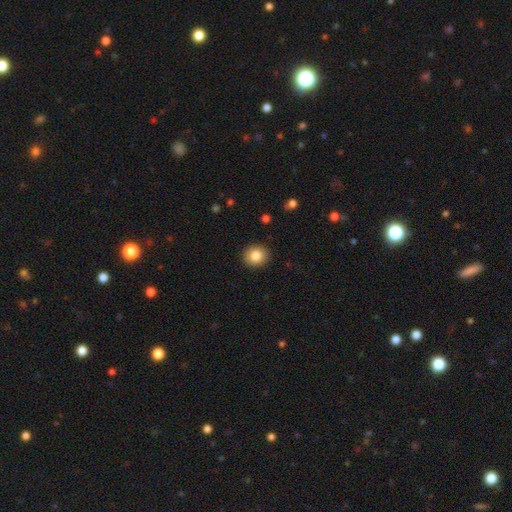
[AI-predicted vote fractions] The model was most divided on "how rounded": round: 77%, in between: 22%, cigar-shaped: 1%. More confident: merging — none (91%); smooth or featured — smooth (83%).